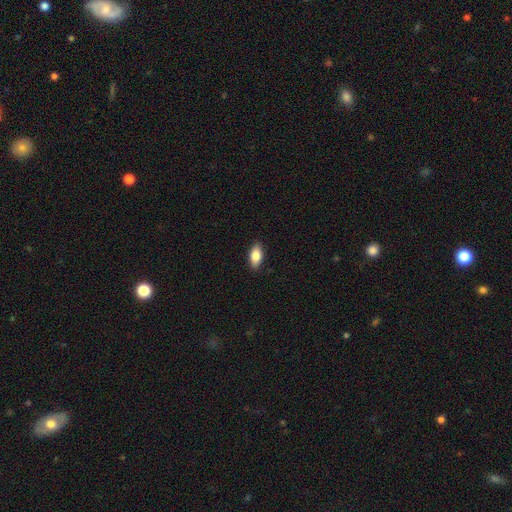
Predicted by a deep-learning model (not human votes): smooth-or-featured: smooth: 83% | featured or disk: 10% | star or artifact: 7%
  how-rounded: in between: 90% | cigar-shaped: 6% | round: 4%
  merging: none: 89% | minor disturbance: 9% | major disturbance: 2% | merger: 1%